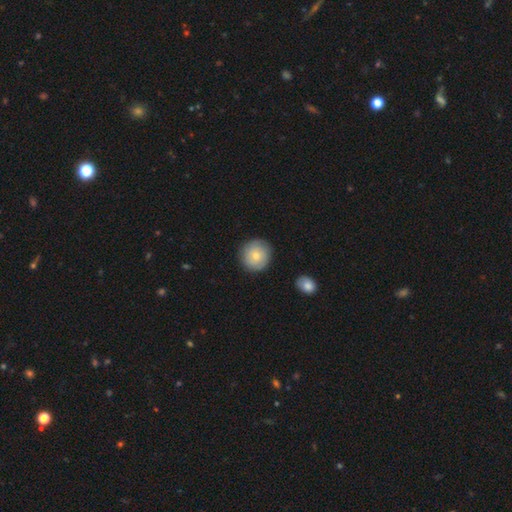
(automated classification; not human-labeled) This appears to be a smooth galaxy with no disk features (75%) that is round (93%). Merging: none (87%).